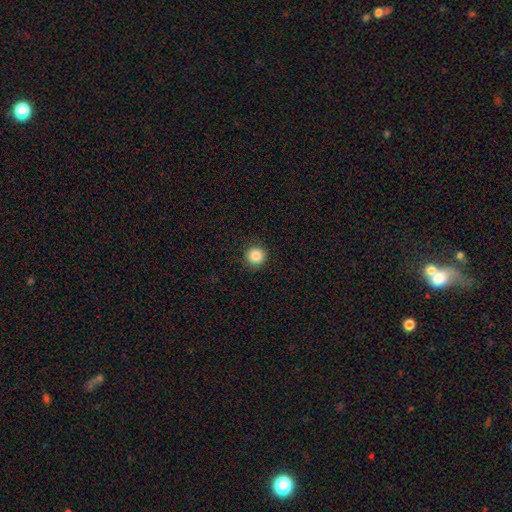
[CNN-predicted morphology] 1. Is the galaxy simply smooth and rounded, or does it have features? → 85% smooth, 10% star or artifact, 4% featured or disk.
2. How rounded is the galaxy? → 94% round, 5% in between, 1% cigar-shaped.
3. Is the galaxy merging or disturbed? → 89% none, 7% minor disturbance, 2% major disturbance, 1% merger.